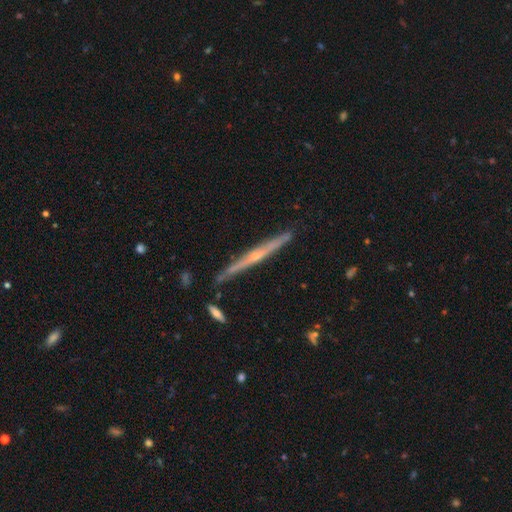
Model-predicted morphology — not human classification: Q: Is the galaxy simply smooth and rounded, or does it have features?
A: featured or disk — 78%.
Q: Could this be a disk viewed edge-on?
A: yes — 97%.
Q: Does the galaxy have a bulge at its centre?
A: rounded — 72%.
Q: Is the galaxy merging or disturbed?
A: none — 85%.